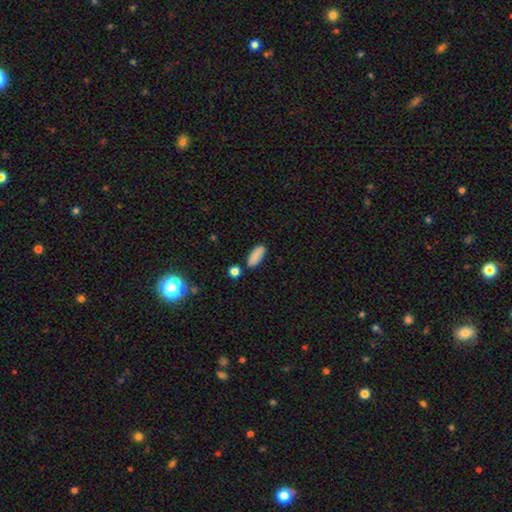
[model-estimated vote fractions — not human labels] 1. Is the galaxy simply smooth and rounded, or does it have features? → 87% smooth, 8% star or artifact, 5% featured or disk.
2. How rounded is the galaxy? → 79% in between, 18% cigar-shaped, 3% round.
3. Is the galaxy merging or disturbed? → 78% none, 13% minor disturbance, 6% merger, 3% major disturbance.